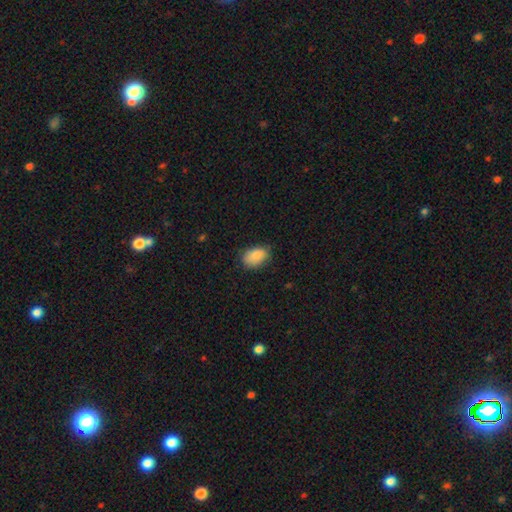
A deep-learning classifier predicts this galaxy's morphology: The model was most divided on "merging": none: 74%, minor disturbance: 21%, major disturbance: 4%, merger: 1%. More confident: smooth or featured — smooth (87%); how rounded — in between (86%).